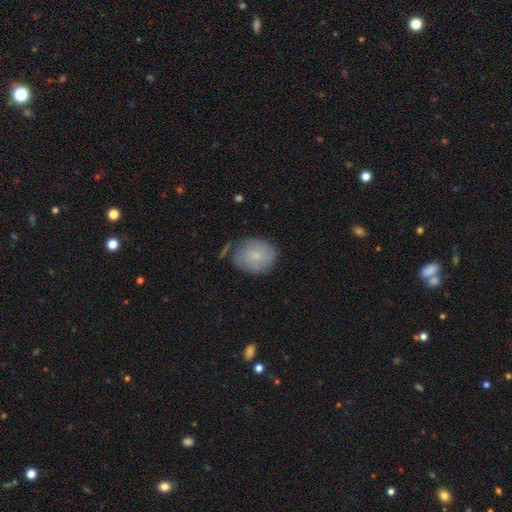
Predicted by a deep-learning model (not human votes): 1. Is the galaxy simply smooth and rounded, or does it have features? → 68% smooth, 24% featured or disk, 8% star or artifact.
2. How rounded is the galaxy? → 50% in between, 49% round, 1% cigar-shaped.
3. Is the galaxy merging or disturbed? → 60% none, 27% minor disturbance, 9% major disturbance, 4% merger.